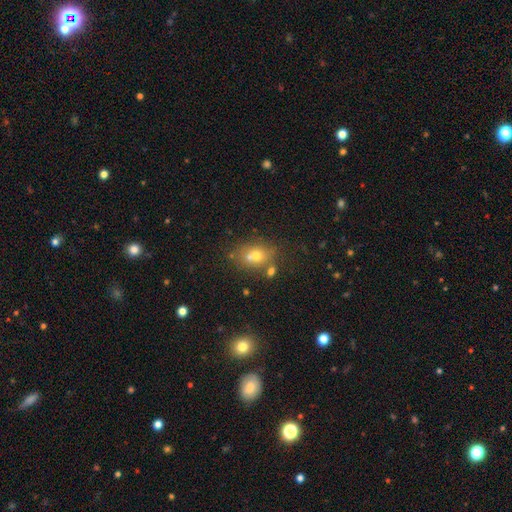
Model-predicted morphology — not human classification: smooth-or-featured: smooth: 63% | featured or disk: 19% | star or artifact: 18%
  how-rounded: in between: 53% | round: 46% | cigar-shaped: 2%
  merging: none: 54% | merger: 28% | minor disturbance: 13% | major disturbance: 5%